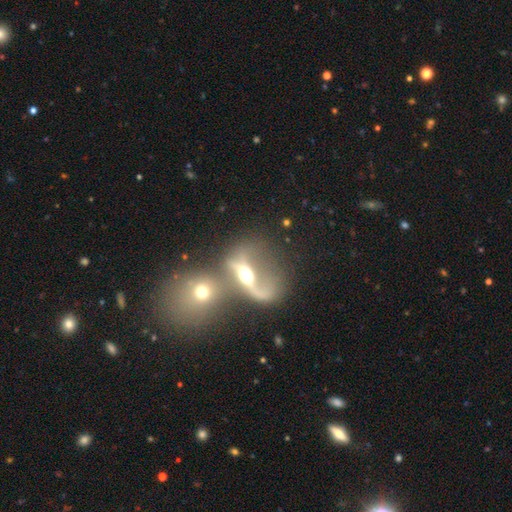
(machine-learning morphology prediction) smooth_or_featured: featured or disk (p=0.51) [alt: smooth p=0.34]
disk_edge_on: no (p=0.85) [alt: yes p=0.15]
merging: merger (p=0.74) [alt: none p=0.13]